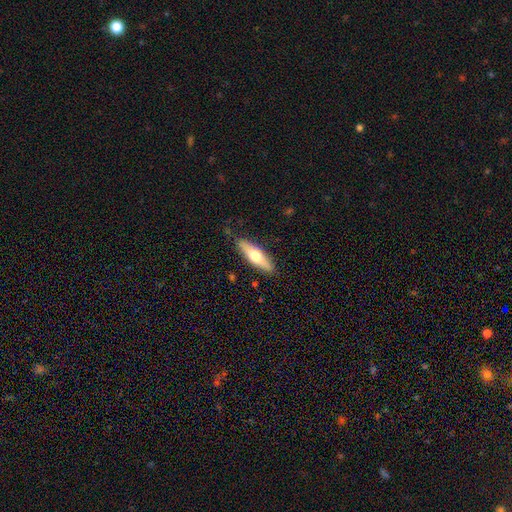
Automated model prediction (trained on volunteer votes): This is possibly a smooth galaxy (54%). How rounded: possibly cigar-shaped (55%). Merging: clearly none (85%).